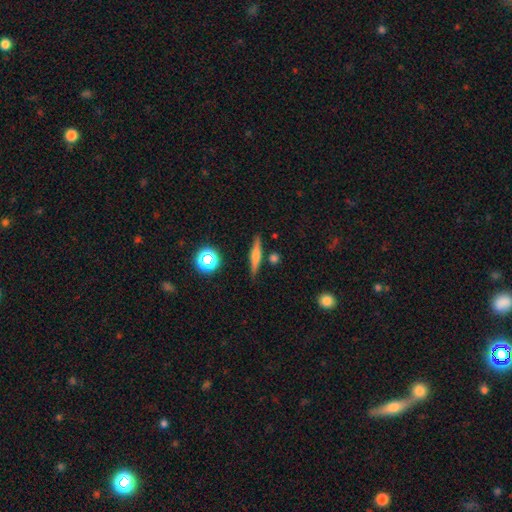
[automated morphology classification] This appears to be a featured or disk galaxy (46%). Merging: none (85%).